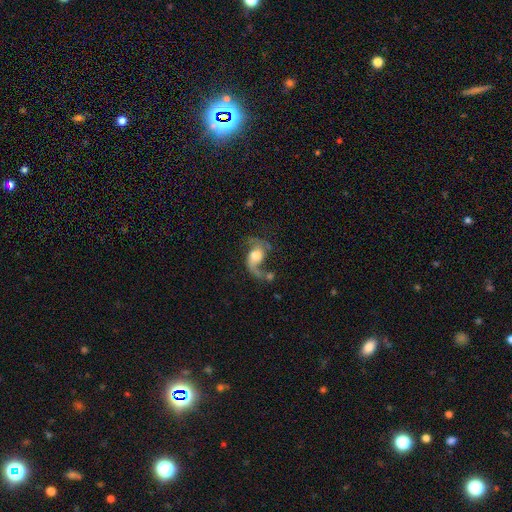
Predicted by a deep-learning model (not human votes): The model was most divided on "merging" (2-way tie): none: 34%, major disturbance: 34%, minor disturbance: 16%, merger: 16%. Remaining: edge-on disk — no (96%); spiral arms — yes (88%); spiral winding — loose (74%); smooth or featured — featured or disk (72%); spiral arm count — 2 (62%); bar — no (57%); bulge size — moderate (46%).